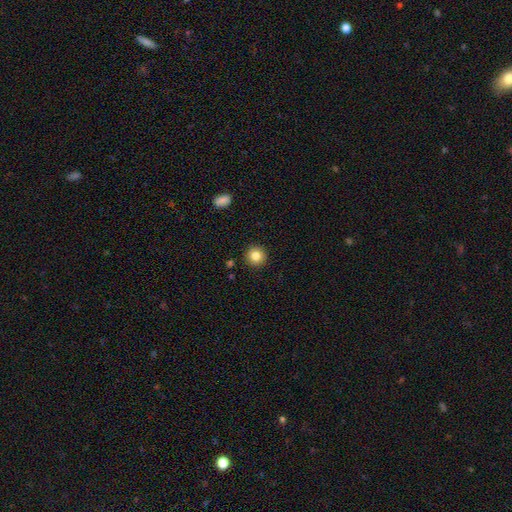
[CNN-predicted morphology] Smooth or featured?
  - smooth: 83% *
  - star or artifact: 10%
  - featured or disk: 7%
How rounded?
  - round: 94% *
  - in between: 5%
  - cigar-shaped: 1%
Merging?
  - none: 92% *
  - minor disturbance: 5%
  - major disturbance: 2%
  - merger: 1%